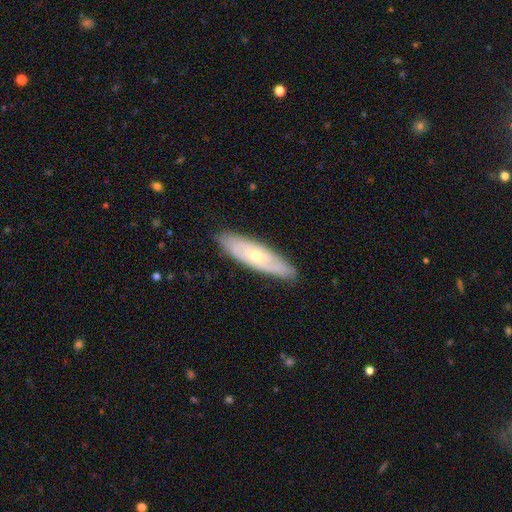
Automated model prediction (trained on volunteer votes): Overall: featured or disk (63%; smooth 31%). Edge-on disk: no (64%; yes 36%). Merging: none (84%).